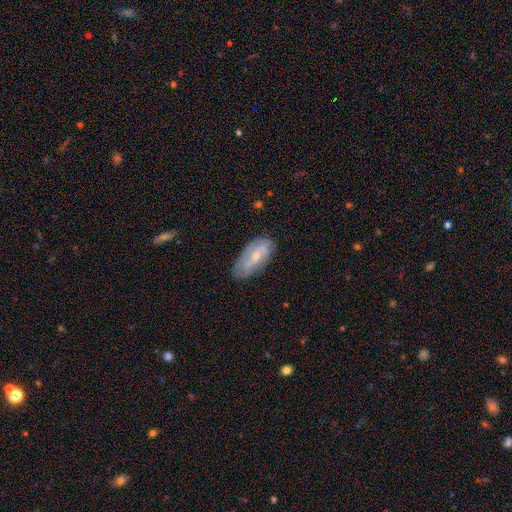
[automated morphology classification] This appears to be a featured or disk galaxy (63%) with a weak bar (46%), spiral arms (81%) and a small central bulge (52%). Merging: none (75%).